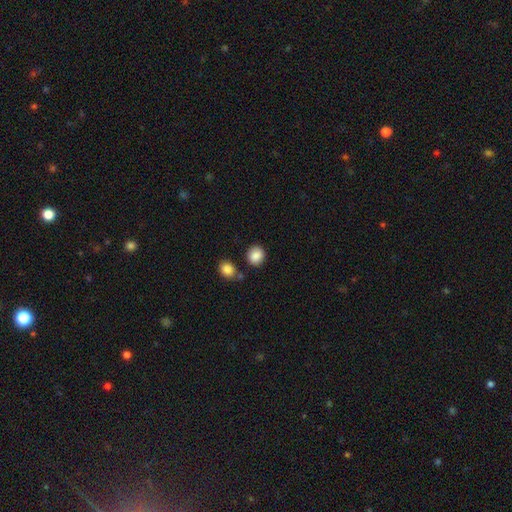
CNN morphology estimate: A smooth galaxy with no disk features (87%) that is round (73%).

Vote fractions:
- Smooth or featured? smooth: 87% / star or artifact: 8% / featured or disk: 4%
- How rounded? round: 73% / in between: 26% / cigar-shaped: 1%
- Merging? none: 80% / minor disturbance: 11% / merger: 7% / major disturbance: 3%